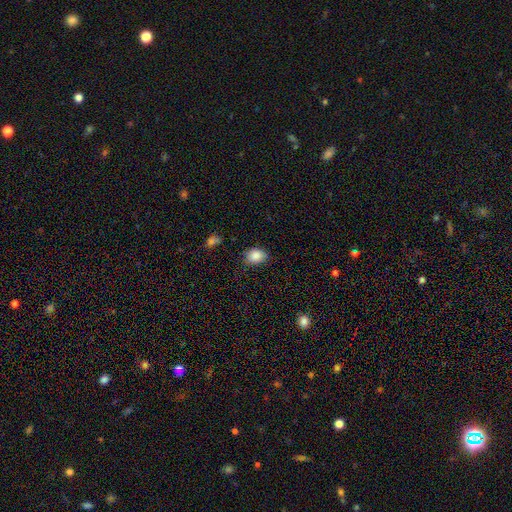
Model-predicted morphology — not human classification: smooth_or_featured: smooth (p=0.87) [alt: star or artifact p=0.09]
how_rounded: in between (p=0.54) [alt: round p=0.45]
merging: none (p=0.73) [alt: minor disturbance p=0.21]